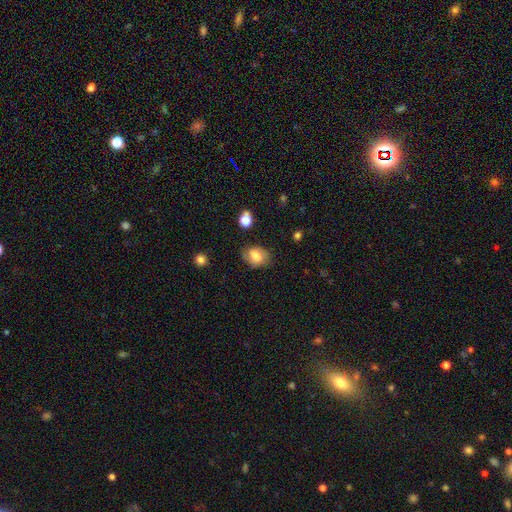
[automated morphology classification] This appears to be a smooth galaxy with no disk features (65%) that is in between round and cigar-shaped (67%). Merging: none (71%).